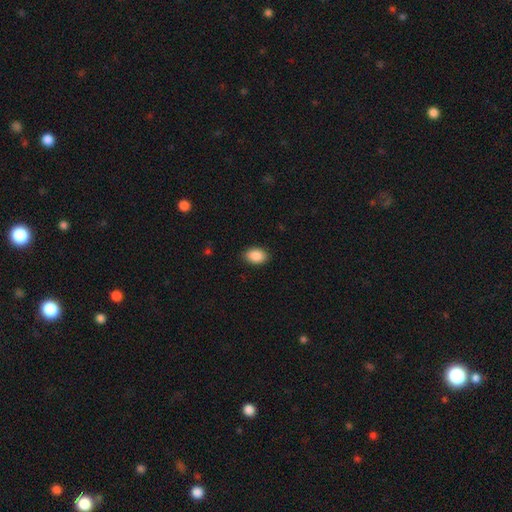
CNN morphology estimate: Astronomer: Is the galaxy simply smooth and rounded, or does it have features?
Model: smooth — 89%.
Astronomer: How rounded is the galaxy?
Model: in between — 82%.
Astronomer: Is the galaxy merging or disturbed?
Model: none — 88%.